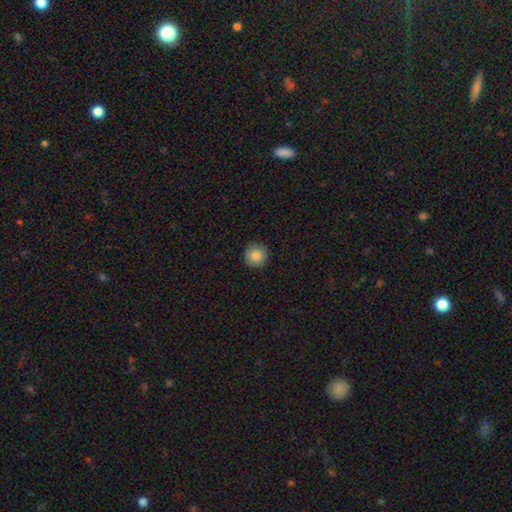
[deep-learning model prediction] This is clearly a smooth galaxy (86%). How rounded: clearly round (95%). Merging: clearly none (91%).